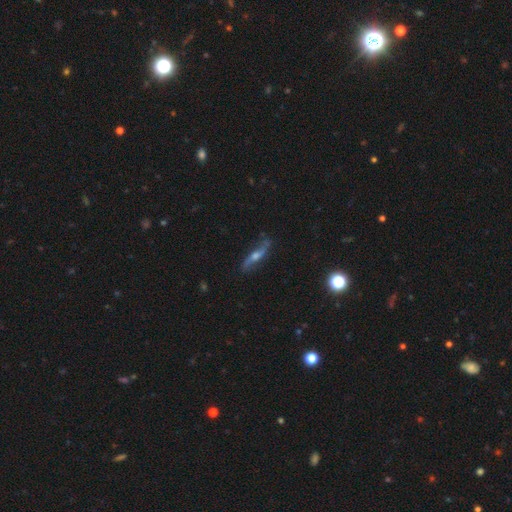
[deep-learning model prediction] featured or disk 77%, smooth 15%, star or artifact 8%. Down the decision tree: edge-on disk — no (58%); merging — none (76%).